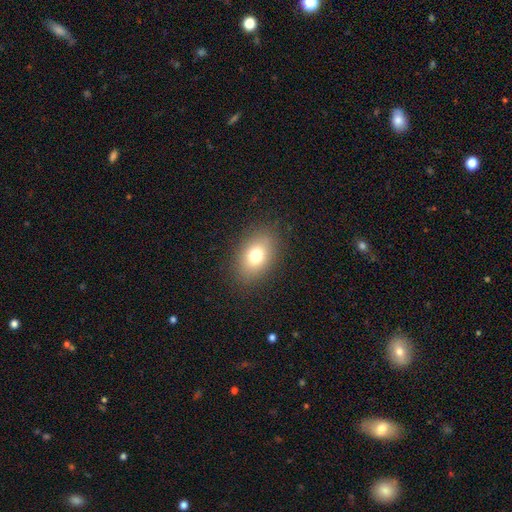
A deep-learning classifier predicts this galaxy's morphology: smooth 75%, featured or disk 13%, star or artifact 11%. Down the decision tree: how rounded — in between (81%); merging — none (86%).